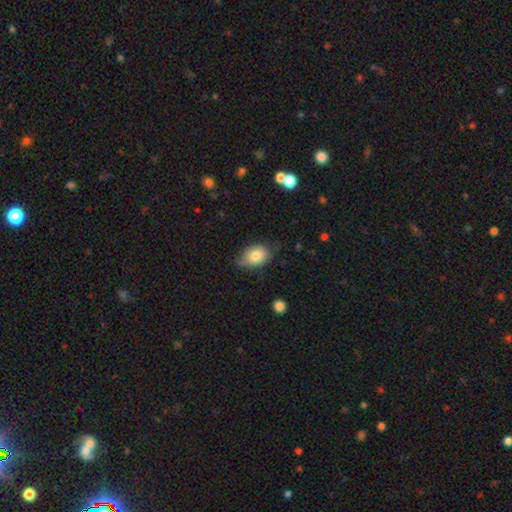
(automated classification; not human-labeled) Smooth or featured? smooth (79%)
How rounded? in between (77%)
Merging? none (55%)